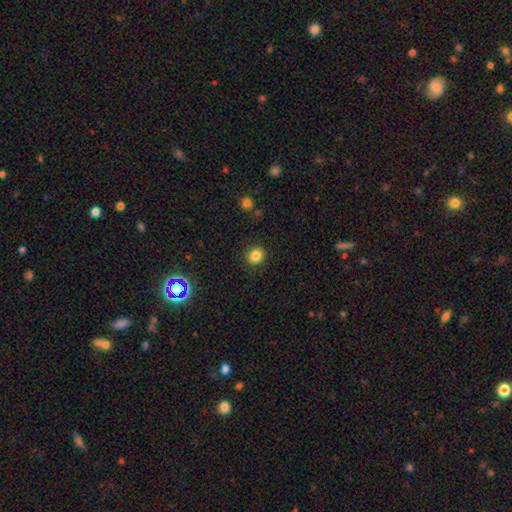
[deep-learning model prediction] smooth 84%, star or artifact 12%, featured or disk 5%. Down the decision tree: how rounded — round (83%); merging — none (90%).